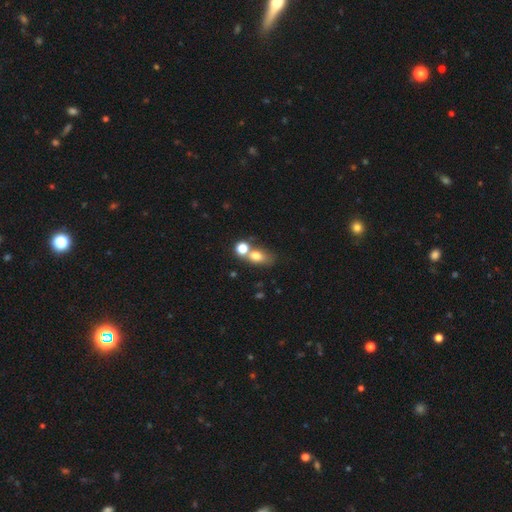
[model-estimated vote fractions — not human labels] smooth 72%, featured or disk 15%, star or artifact 13%. Down the decision tree: how rounded — in between (65%); merging — merger (42%).